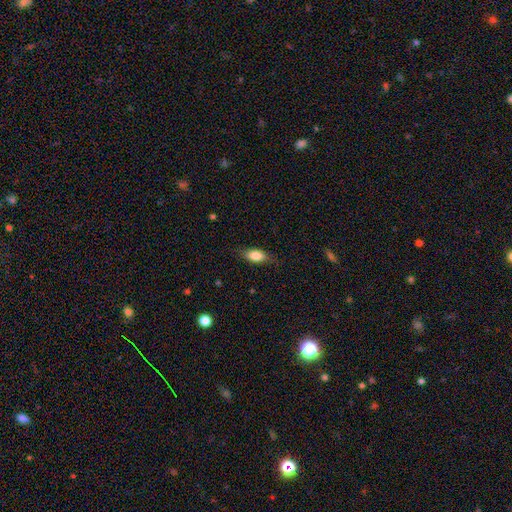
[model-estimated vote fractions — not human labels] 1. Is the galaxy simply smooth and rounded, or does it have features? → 81% smooth, 11% featured or disk, 7% star or artifact.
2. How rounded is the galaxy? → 84% in between, 12% cigar-shaped, 4% round.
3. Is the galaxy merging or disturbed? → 77% none, 17% minor disturbance, 5% major disturbance, 1% merger.